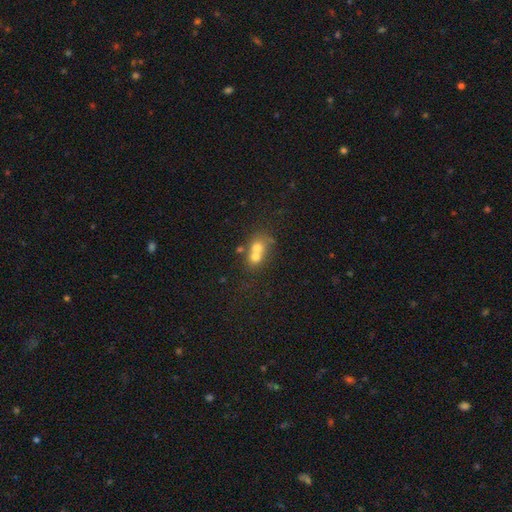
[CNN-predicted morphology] Smooth or featured?
  - smooth: 62% *
  - featured or disk: 23%
  - star or artifact: 14%
How rounded?
  - round: 65% *
  - in between: 33%
  - cigar-shaped: 2%
Merging?
  - merger: 65% *
  - none: 25%
  - minor disturbance: 6%
  - major disturbance: 4%